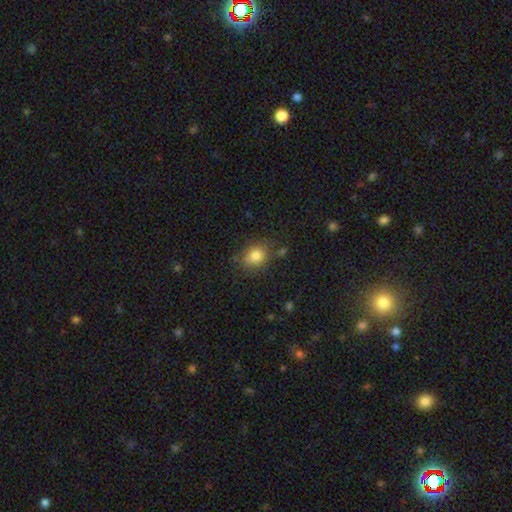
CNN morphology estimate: smooth_or_featured: smooth (p=0.79) [alt: featured or disk p=0.11]
how_rounded: round (p=0.55) [alt: in between p=0.43]
merging: none (p=0.68) [alt: minor disturbance p=0.20]